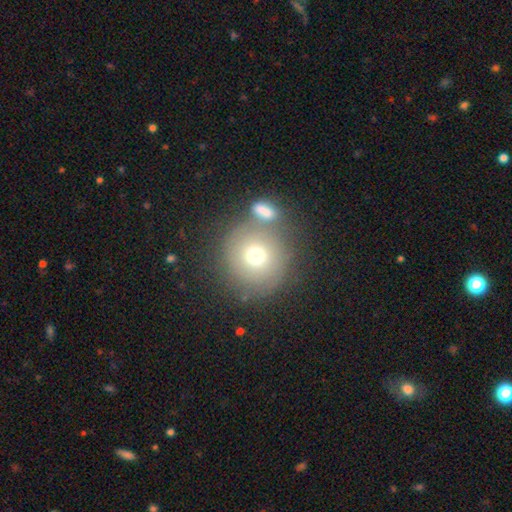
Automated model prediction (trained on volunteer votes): smooth_or_featured: smooth (p=0.68) [alt: featured or disk p=0.20]
how_rounded: round (p=0.93) [alt: in between p=0.06]
merging: none (p=0.63) [alt: merger p=0.21]